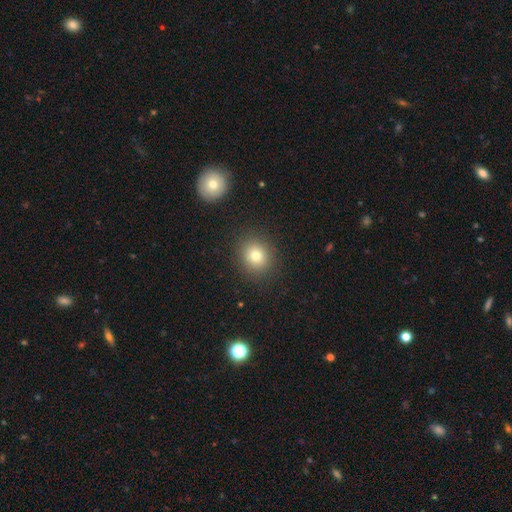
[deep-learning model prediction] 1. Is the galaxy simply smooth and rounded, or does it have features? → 78% smooth, 13% star or artifact, 9% featured or disk.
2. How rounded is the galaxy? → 82% round, 17% in between, 1% cigar-shaped.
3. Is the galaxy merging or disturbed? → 89% none, 7% minor disturbance, 3% major disturbance, 1% merger.